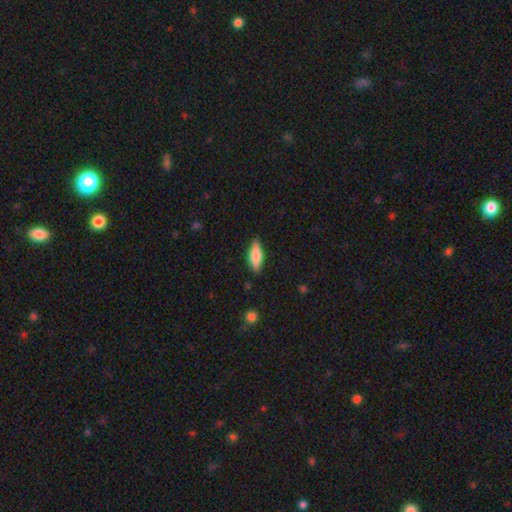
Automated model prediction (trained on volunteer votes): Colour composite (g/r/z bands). It shows a smooth galaxy with no disk features (73%) that is in between round and cigar-shaped (60%). Merging: none (86%).